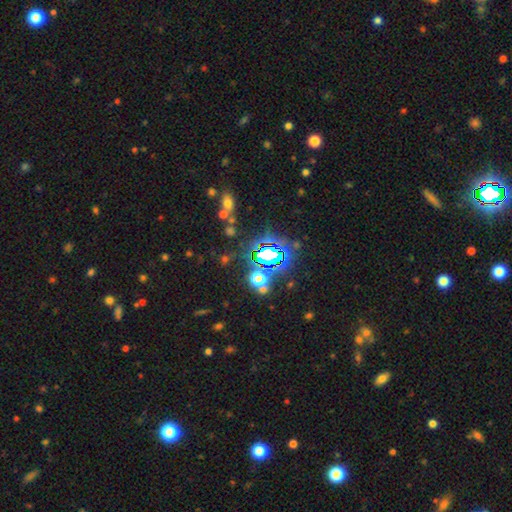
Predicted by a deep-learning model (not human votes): A star or artifact, not a galaxy (79%).

Vote fractions:
- Smooth or featured? star or artifact: 79% / smooth: 13% / featured or disk: 8%